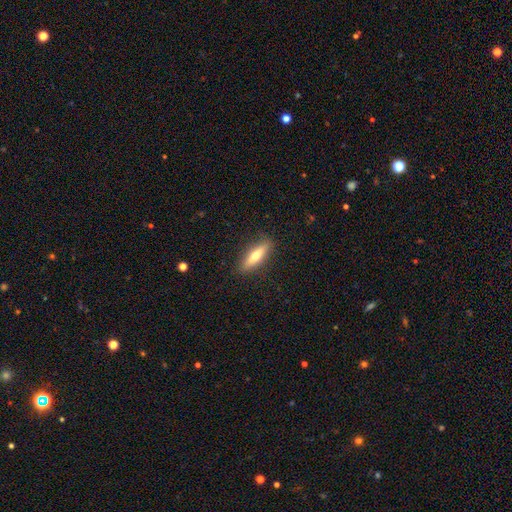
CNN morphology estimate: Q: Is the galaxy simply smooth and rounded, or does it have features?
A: smooth — 56%.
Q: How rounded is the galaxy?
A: cigar-shaped — 68%.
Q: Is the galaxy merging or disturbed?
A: none — 88%.